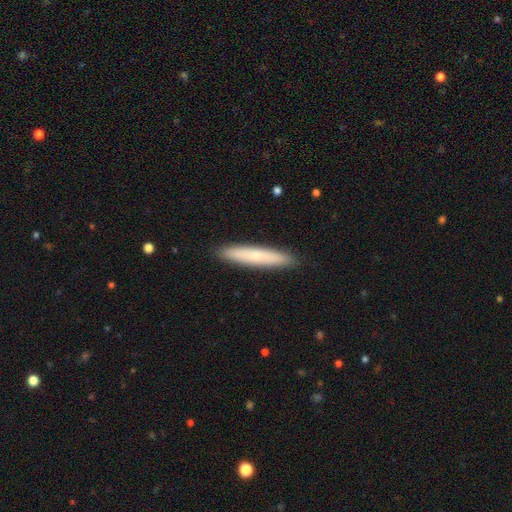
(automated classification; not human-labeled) Morphology: type=smooth (68%); roundness=cigar-shaped (93%); merging=none (91%).